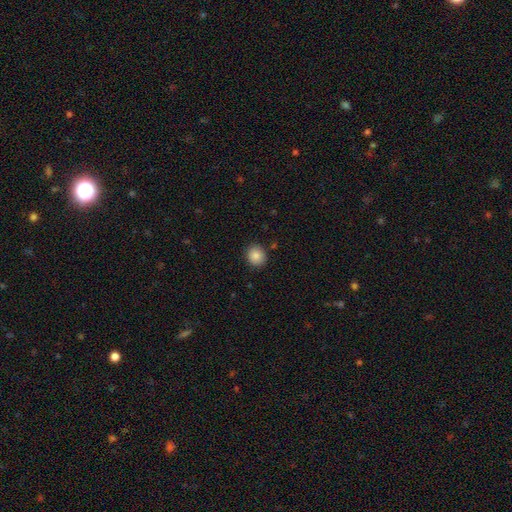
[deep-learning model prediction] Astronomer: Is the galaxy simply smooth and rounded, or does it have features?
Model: smooth — 86%.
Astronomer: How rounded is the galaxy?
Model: round — 81%.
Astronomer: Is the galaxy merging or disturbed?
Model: none — 89%.